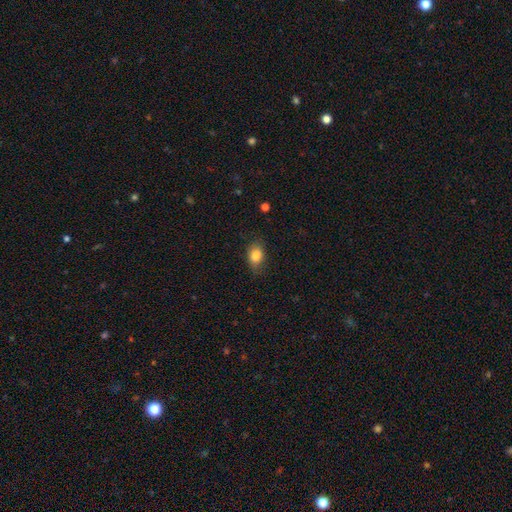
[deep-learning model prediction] A smooth galaxy with no disk features (83%) that is in between round and cigar-shaped (77%). Merging: none (78%).